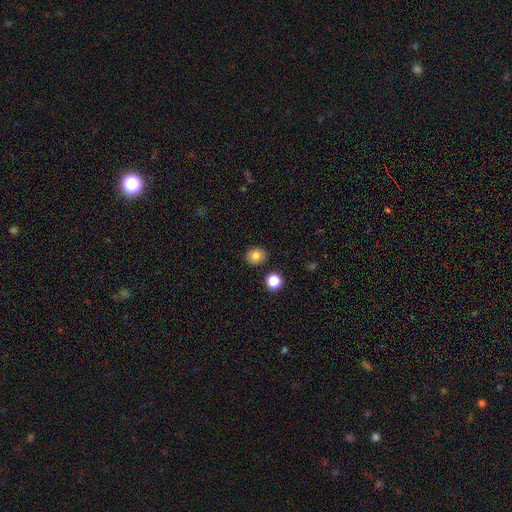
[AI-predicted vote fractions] A smooth galaxy with no disk features (80%) that is round (72%).

Vote fractions:
- Smooth or featured? smooth: 80% / star or artifact: 12% / featured or disk: 9%
- How rounded? round: 72% / in between: 27% / cigar-shaped: 1%
- Merging? none: 88% / minor disturbance: 7% / merger: 3% / major disturbance: 2%